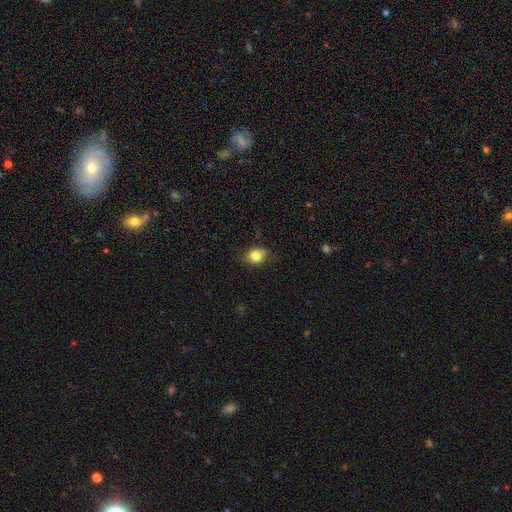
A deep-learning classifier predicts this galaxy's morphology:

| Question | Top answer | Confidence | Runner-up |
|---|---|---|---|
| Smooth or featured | smooth | 80% | star or artifact (10%) |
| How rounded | round | 57% | in between (42%) |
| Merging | none | 72% | minor disturbance (22%) |